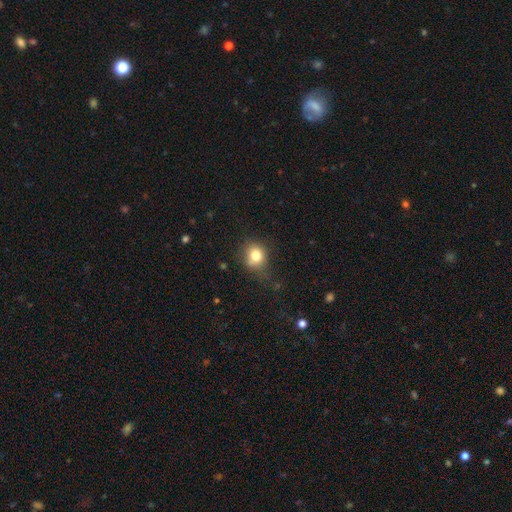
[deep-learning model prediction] Smooth or featured: smooth — 79% (star or artifact — 12%)
How rounded: round — 74% (in between — 25%)
Merging: none — 69% (minor disturbance — 22%)